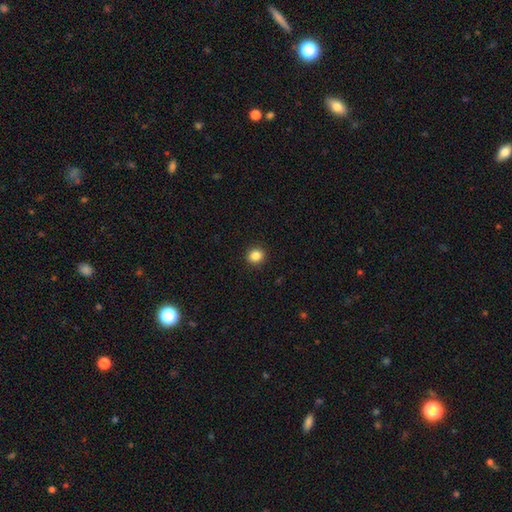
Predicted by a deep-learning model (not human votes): This appears to be a smooth galaxy with no disk features (85%) that is round (85%). Merging: none (92%).